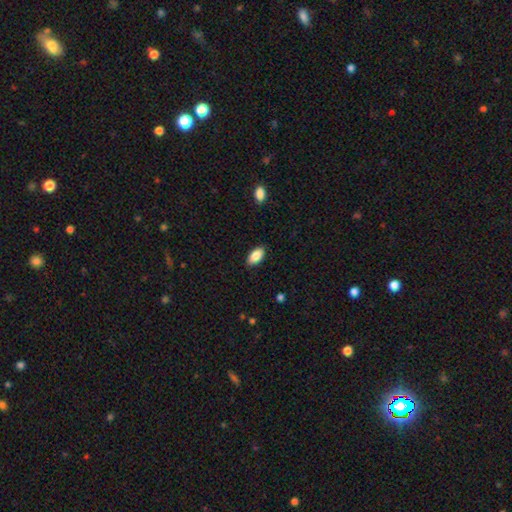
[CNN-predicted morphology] Q: Smooth or featured?
A: smooth (88%); runner-up: star or artifact (7%)
Q: How rounded?
A: in between (93%); runner-up: cigar-shaped (4%)
Q: Merging?
A: none (88%); runner-up: minor disturbance (9%)